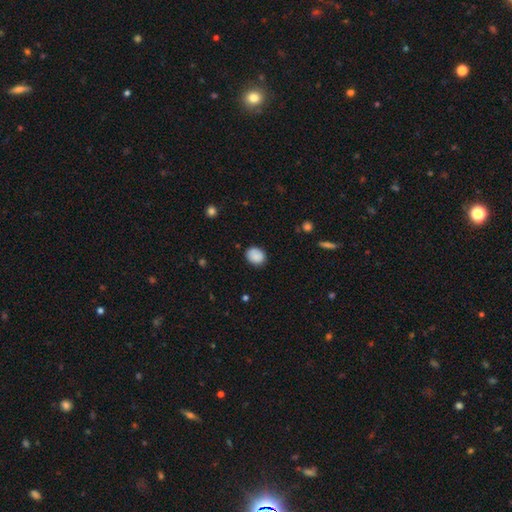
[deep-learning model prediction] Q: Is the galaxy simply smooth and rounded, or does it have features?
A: smooth — 86%.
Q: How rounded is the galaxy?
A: round — 55%.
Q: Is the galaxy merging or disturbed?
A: none — 82%.